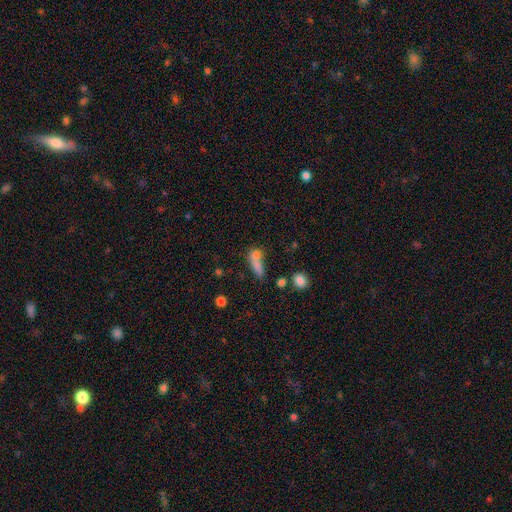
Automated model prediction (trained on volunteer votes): This is likely a smooth galaxy (72%). How rounded: possibly in between (49%). Merging: possibly merger (47%).